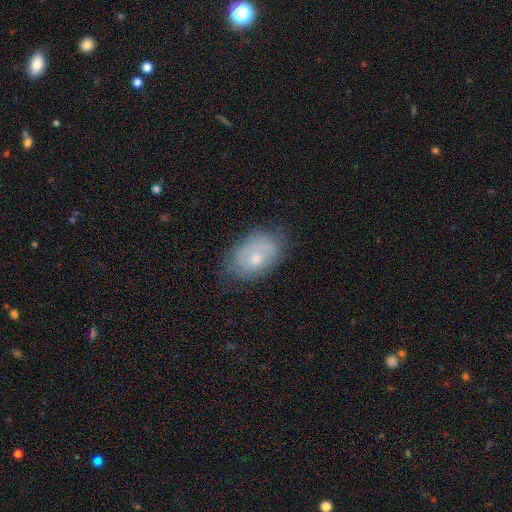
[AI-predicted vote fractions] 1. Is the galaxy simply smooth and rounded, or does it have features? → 47% featured or disk, 45% smooth, 8% star or artifact.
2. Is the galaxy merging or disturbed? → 62% none, 26% minor disturbance, 10% major disturbance, 2% merger.